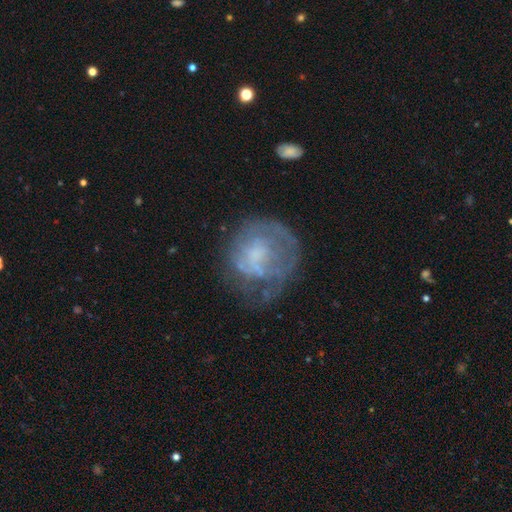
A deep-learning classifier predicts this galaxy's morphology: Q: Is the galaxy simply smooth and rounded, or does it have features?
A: featured or disk — 56%.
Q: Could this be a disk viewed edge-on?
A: no — 98%.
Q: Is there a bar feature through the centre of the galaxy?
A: no — 79%.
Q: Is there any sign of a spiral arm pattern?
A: no — 59%.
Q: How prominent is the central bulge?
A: none — 42%.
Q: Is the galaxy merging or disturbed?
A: none — 47%.